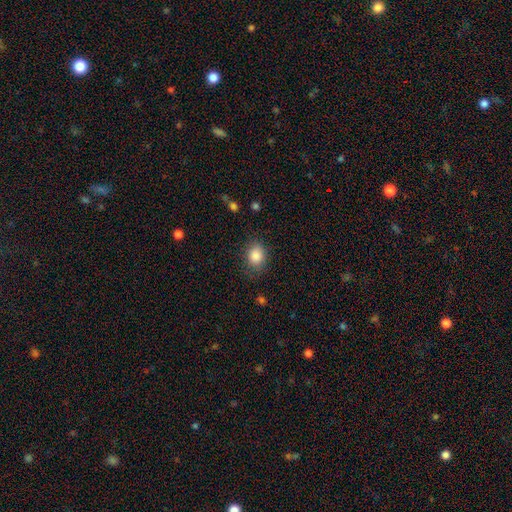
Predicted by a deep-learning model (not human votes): Q: Smooth or featured?
A: smooth (86%); runner-up: star or artifact (9%)
Q: How rounded?
A: in between (52%); runner-up: round (47%)
Q: Merging?
A: none (77%); runner-up: minor disturbance (17%)